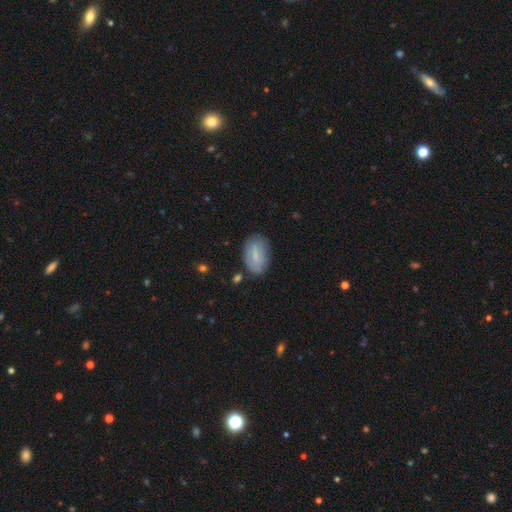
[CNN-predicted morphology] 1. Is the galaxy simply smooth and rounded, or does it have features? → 63% smooth, 29% featured or disk, 8% star or artifact.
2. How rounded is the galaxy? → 92% in between, 6% round, 2% cigar-shaped.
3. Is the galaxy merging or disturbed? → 75% none, 18% minor disturbance, 4% major disturbance, 3% merger.